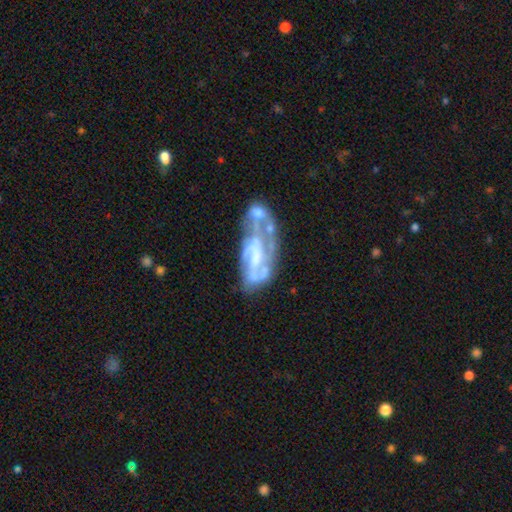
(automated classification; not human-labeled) The model was most divided on "merging": none: 35%, major disturbance: 26%, minor disturbance: 21%, merger: 18%. Remaining: edge-on disk — no (94%); smooth or featured — featured or disk (77%); spiral arms — yes (66%); bar — no (53%); bulge size — none (40%).